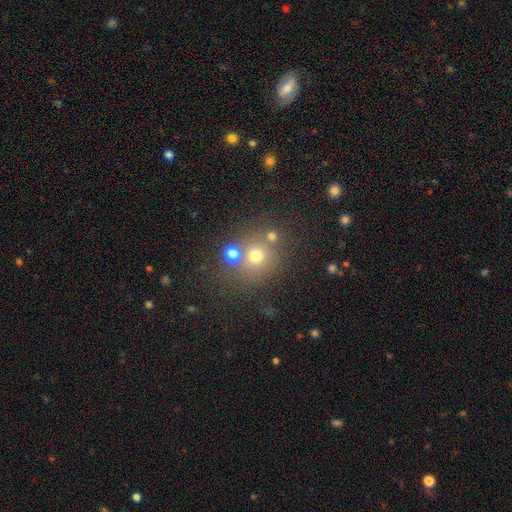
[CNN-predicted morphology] A smooth galaxy with no disk features (67%) that is round (87%).

Vote fractions:
- Smooth or featured? smooth: 67% / star or artifact: 21% / featured or disk: 12%
- How rounded? round: 87% / in between: 12% / cigar-shaped: 1%
- Merging? none: 66% / merger: 20% / minor disturbance: 10% / major disturbance: 5%